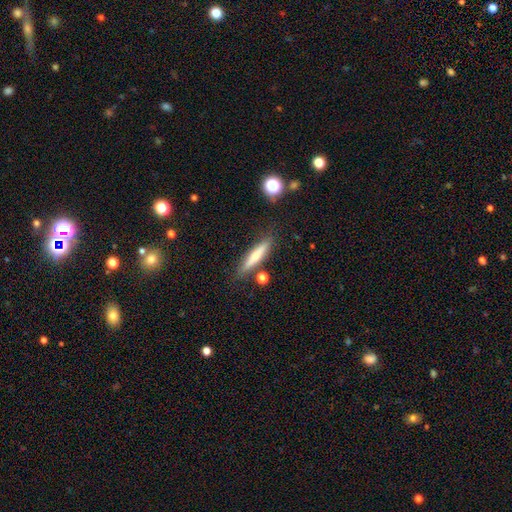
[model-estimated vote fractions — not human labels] A smooth galaxy with no disk features (60%) that is cigar-shaped (87%).

Vote fractions:
- Smooth or featured? smooth: 60% / featured or disk: 33% / star or artifact: 8%
- How rounded? cigar-shaped: 87% / in between: 11% / round: 2%
- Merging? none: 81% / minor disturbance: 11% / merger: 5% / major disturbance: 3%